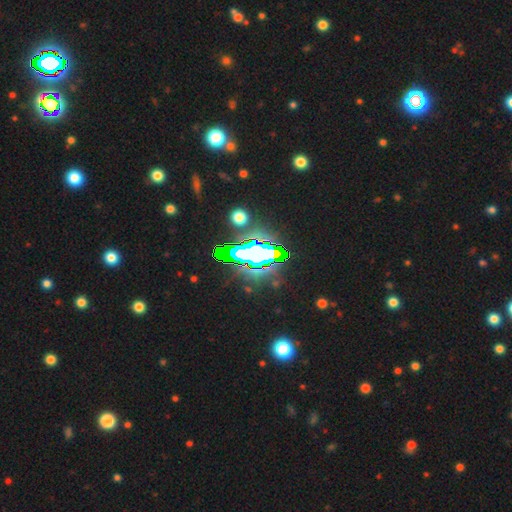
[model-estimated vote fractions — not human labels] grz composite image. It shows a star or artifact, not a galaxy (66%).